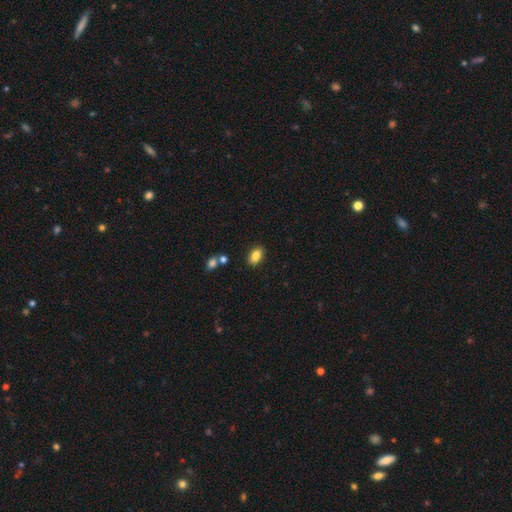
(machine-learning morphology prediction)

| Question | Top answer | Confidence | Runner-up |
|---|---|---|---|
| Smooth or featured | smooth | 85% | star or artifact (8%) |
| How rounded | in between | 89% | round (9%) |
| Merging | none | 86% | minor disturbance (9%) |